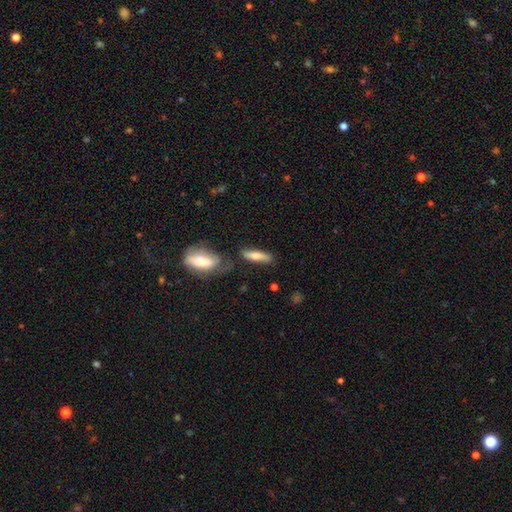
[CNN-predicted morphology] smooth-or-featured: smooth: 66% | featured or disk: 28% | star or artifact: 6%
  how-rounded: cigar-shaped: 66% | in between: 31% | round: 2%
  merging: none: 69% | minor disturbance: 18% | merger: 9% | major disturbance: 5%